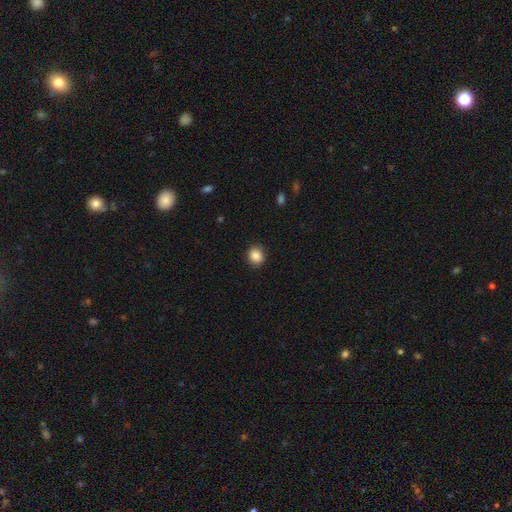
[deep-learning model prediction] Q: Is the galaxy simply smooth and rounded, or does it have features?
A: smooth — 88%.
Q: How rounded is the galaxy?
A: round — 79%.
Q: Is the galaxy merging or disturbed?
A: none — 90%.